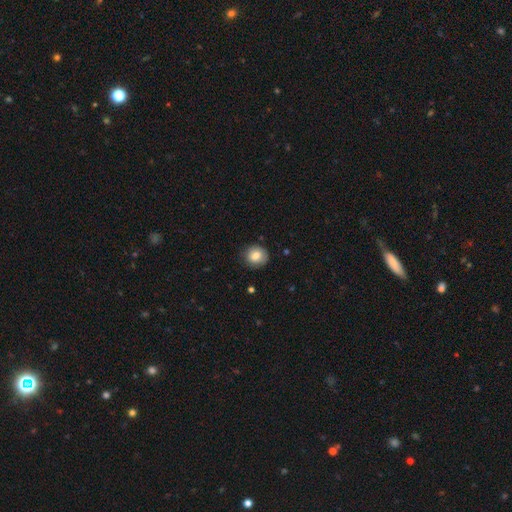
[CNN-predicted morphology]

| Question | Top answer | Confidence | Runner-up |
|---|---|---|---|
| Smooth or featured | smooth | 81% | featured or disk (10%) |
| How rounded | round | 83% | in between (16%) |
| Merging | none | 83% | minor disturbance (13%) |